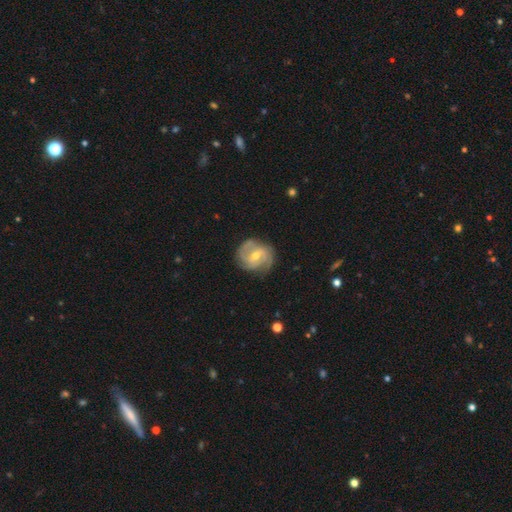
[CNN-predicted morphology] Smooth or featured? featured or disk (79%)
Edge-on disk? no (97%)
Bar? weak (52%)
Spiral arms? yes (93%)
Spiral winding? tight (45%)
Spiral arm count? 2 (46%)
Bulge size? moderate (55%)
Merging? none (74%)